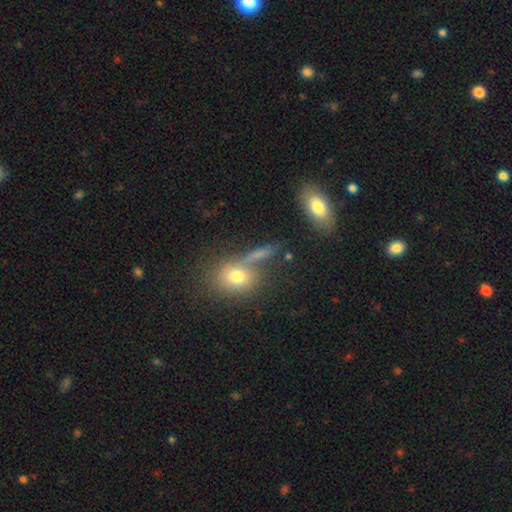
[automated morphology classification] A smooth galaxy with no disk features (65%) that is in between round and cigar-shaped (52%). Merging: none (55%).